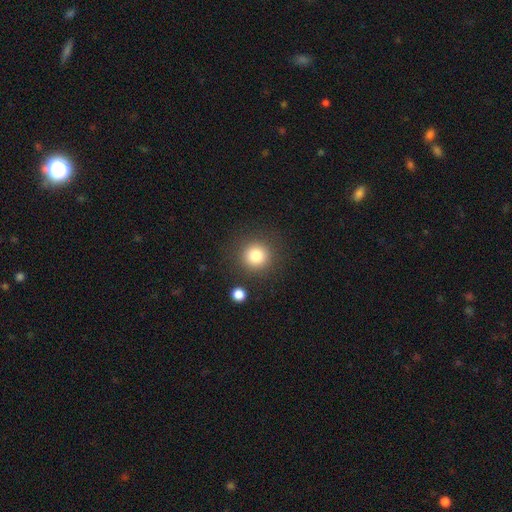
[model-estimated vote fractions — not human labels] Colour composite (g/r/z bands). It shows a smooth galaxy with no disk features (81%) that is round (94%). Merging: none (86%).